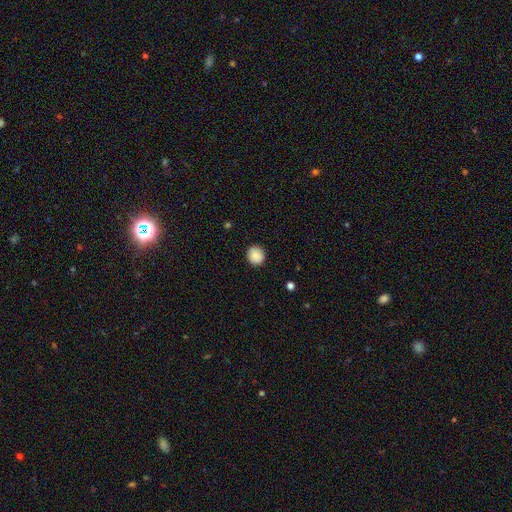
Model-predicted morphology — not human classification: The model was most divided on "how rounded": round: 88%, in between: 11%, cigar-shaped: 1%. More confident: merging — none (90%); smooth or featured — smooth (88%).